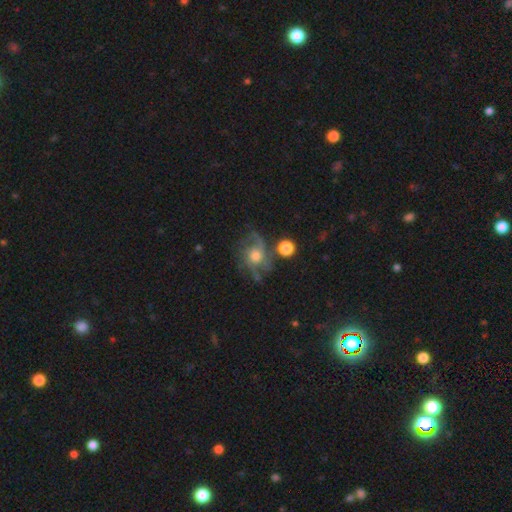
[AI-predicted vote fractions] The model was most divided on "spiral arm count": 2: 33%, 3: 27%, can't tell: 20%, 4: 8%, 1: 7%, more than 4: 6%. Remaining: edge-on disk — no (97%); spiral arms — yes (92%); bar — no (76%); smooth or featured — featured or disk (75%); bulge size — moderate (62%); merging — none (59%); spiral winding — medium (46%).